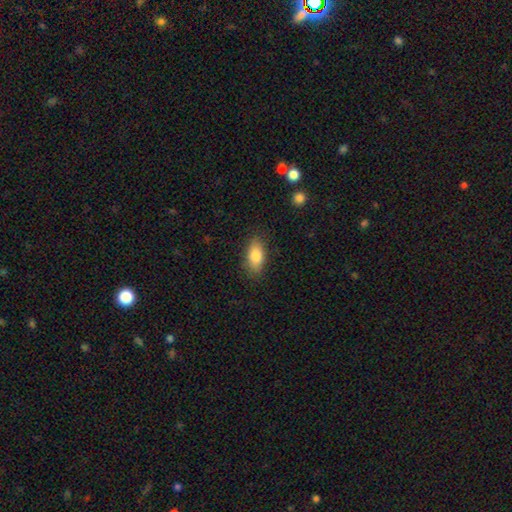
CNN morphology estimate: Smooth or featured?
  - smooth: 82% *
  - featured or disk: 11%
  - star or artifact: 7%
How rounded?
  - in between: 88% *
  - cigar-shaped: 9%
  - round: 4%
Merging?
  - none: 84% *
  - minor disturbance: 12%
  - major disturbance: 3%
  - merger: 1%